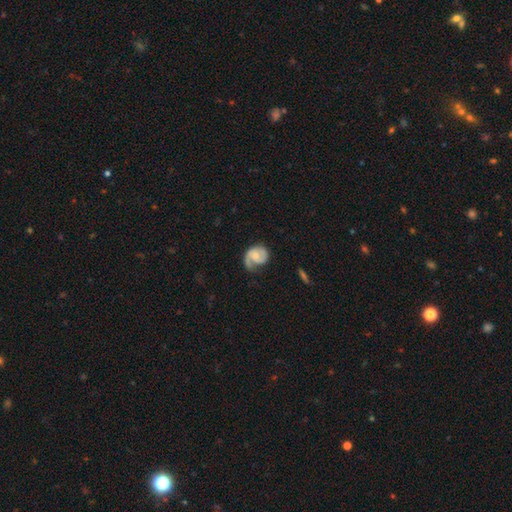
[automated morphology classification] Smooth or featured: featured or disk — 77% (smooth — 18%)
Edge-on disk: no — 98% (yes — 2%)
Bar: no — 64% (weak — 31%)
Spiral arms: yes — 94% (no — 6%)
Spiral winding: medium — 42% (tight — 37%)
Spiral arm count: 2 — 50% (1 — 41%)
Bulge size: small — 47% (moderate — 44%)
Merging: none — 54% (minor disturbance — 26%)